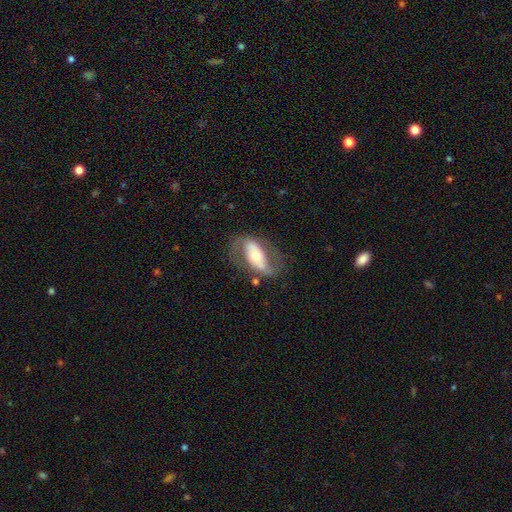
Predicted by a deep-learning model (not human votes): Smooth or featured? featured or disk (69%)
Edge-on disk? no (90%)
Bar? no (38%)
Spiral arms? yes (76%)
Bulge size? moderate (62%)
Merging? none (65%)